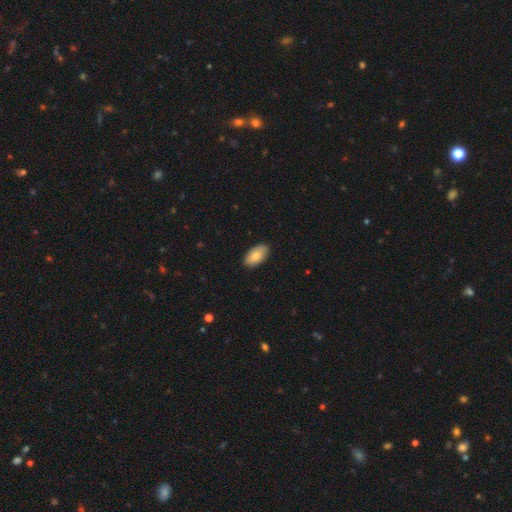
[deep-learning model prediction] smooth 85%, featured or disk 10%, star or artifact 6%. Down the decision tree: how rounded — in between (95%); merging — none (89%).